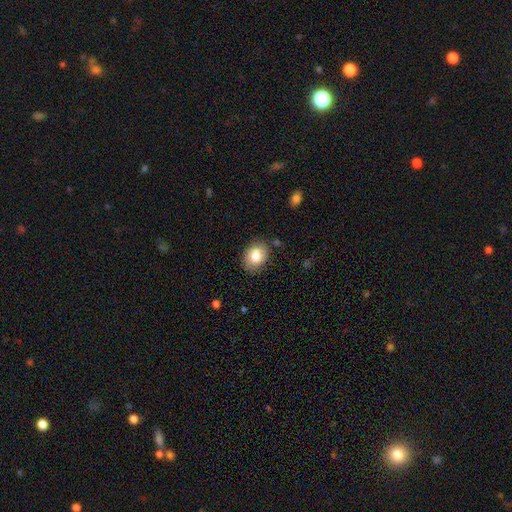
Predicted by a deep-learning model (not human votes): smooth_or_featured: smooth (p=0.81) [alt: featured or disk p=0.12]
how_rounded: in between (p=0.66) [alt: round p=0.33]
merging: none (p=0.83) [alt: minor disturbance p=0.13]